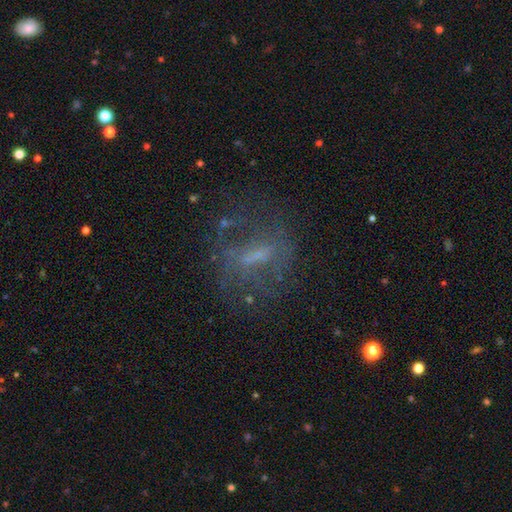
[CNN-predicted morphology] smooth-or-featured: featured or disk: 52% | smooth: 28% | star or artifact: 20%
  disk-edge-on: no: 88% | yes: 12%
  merging: none: 61% | major disturbance: 20% | minor disturbance: 16% | merger: 3%